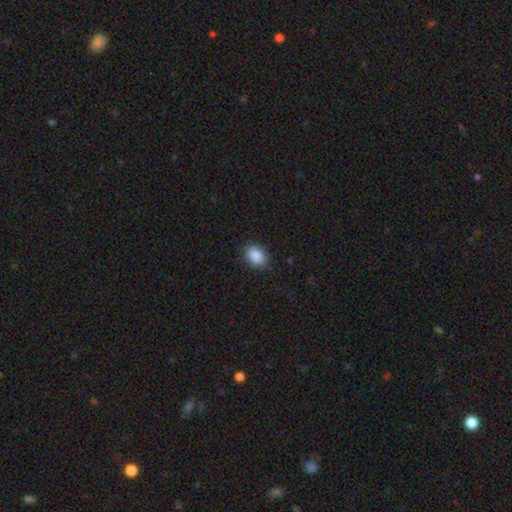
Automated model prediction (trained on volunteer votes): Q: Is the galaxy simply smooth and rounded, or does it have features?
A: smooth — 89%.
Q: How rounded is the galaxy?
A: in between — 74%.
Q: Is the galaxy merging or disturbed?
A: none — 86%.